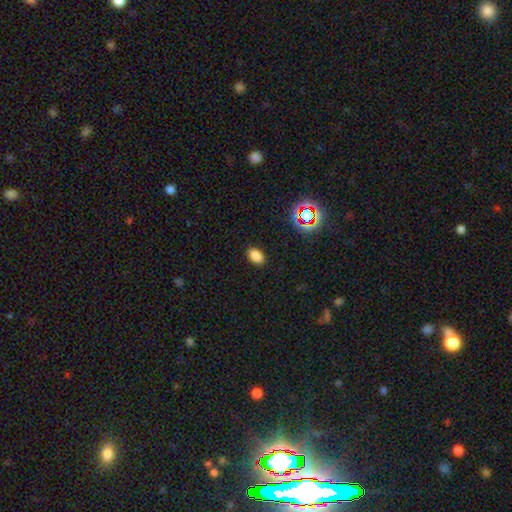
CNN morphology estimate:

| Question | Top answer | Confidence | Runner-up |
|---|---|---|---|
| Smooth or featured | smooth | 82% | star or artifact (14%) |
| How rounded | in between | 89% | round (9%) |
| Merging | none | 89% | minor disturbance (8%) |